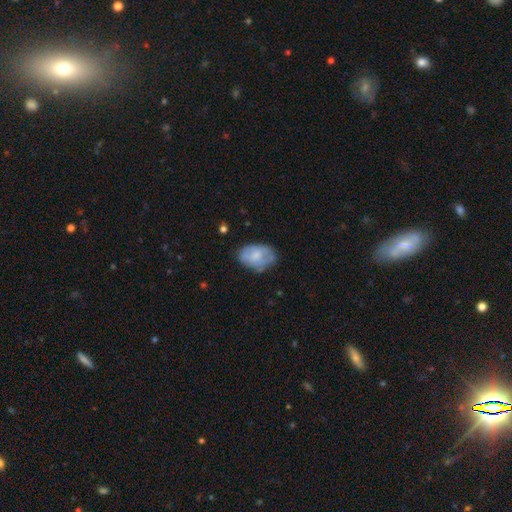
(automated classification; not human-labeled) smooth-or-featured: smooth: 63% | featured or disk: 30% | star or artifact: 7%
  how-rounded: in between: 84% | round: 15% | cigar-shaped: 1%
  merging: none: 63% | minor disturbance: 26% | major disturbance: 9% | merger: 2%